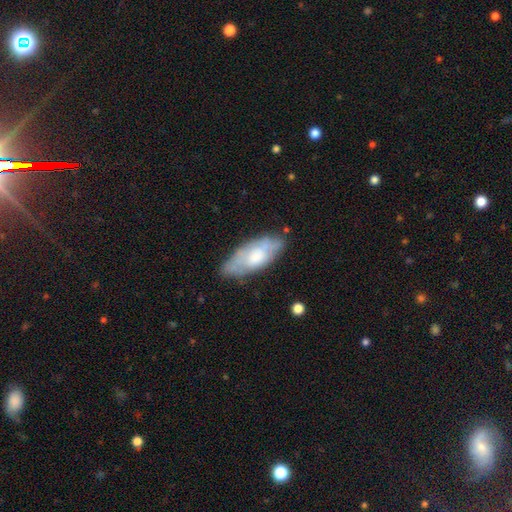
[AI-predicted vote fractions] Morphology: type=smooth (51%); roundness=in between (81%); merging=none (66%).